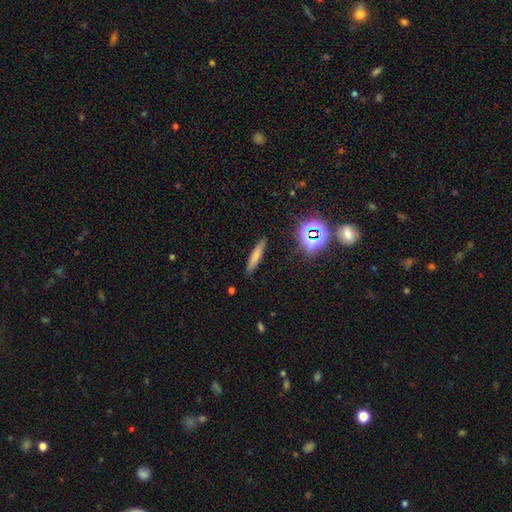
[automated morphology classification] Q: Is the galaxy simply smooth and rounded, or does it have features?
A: smooth — 71%.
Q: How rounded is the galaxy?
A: cigar-shaped — 88%.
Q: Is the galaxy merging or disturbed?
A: none — 87%.